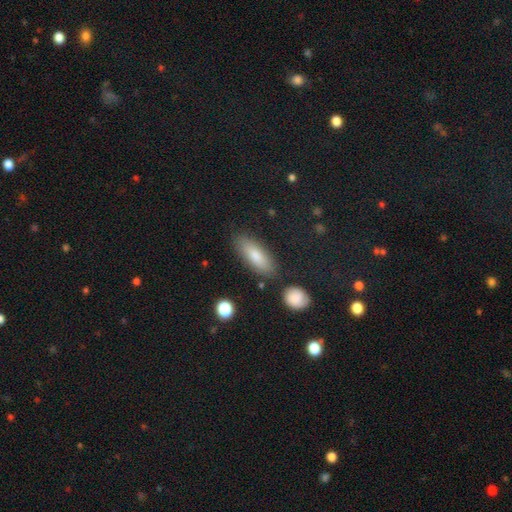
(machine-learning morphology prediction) smooth-or-featured: smooth: 79% | featured or disk: 14% | star or artifact: 7%
  how-rounded: in between: 68% | cigar-shaped: 30% | round: 3%
  merging: none: 80% | minor disturbance: 12% | merger: 4% | major disturbance: 3%